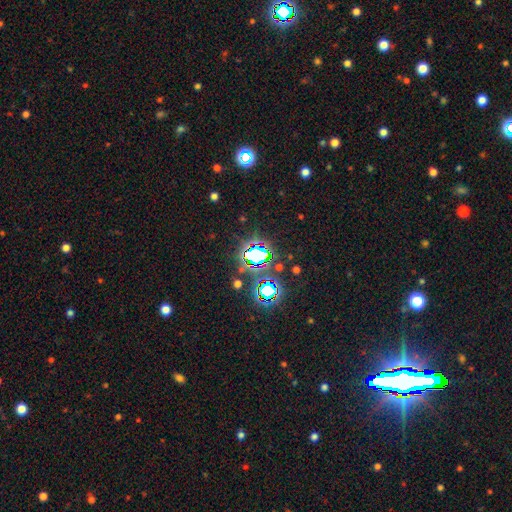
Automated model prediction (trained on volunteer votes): Overall: star or artifact (69%).